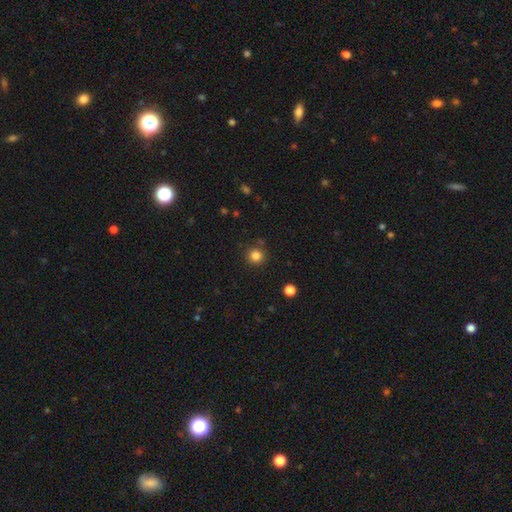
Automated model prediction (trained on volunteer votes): Smooth or featured?
  - smooth: 83% *
  - star or artifact: 12%
  - featured or disk: 4%
How rounded?
  - round: 93% *
  - in between: 6%
  - cigar-shaped: 1%
Merging?
  - none: 86% *
  - minor disturbance: 8%
  - merger: 4%
  - major disturbance: 3%